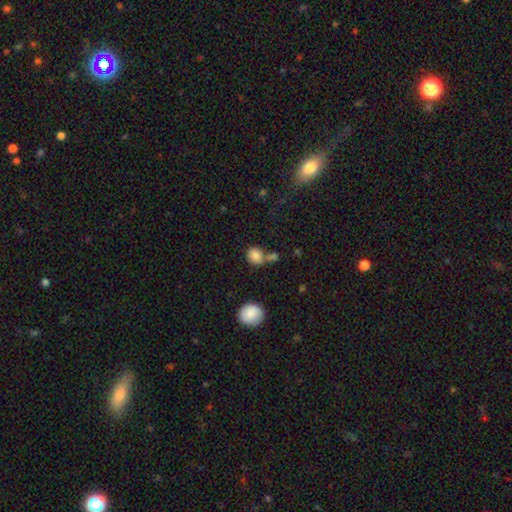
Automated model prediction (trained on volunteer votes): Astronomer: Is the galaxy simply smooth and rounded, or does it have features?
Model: smooth — 84%.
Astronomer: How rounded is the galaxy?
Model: round — 70%.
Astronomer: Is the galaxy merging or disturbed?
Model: none — 53%.